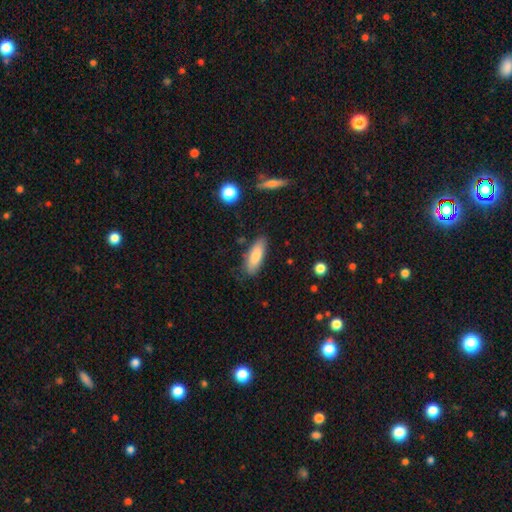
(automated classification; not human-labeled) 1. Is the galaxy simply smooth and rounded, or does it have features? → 82% smooth, 12% featured or disk, 6% star or artifact.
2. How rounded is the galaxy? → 62% in between, 36% cigar-shaped, 2% round.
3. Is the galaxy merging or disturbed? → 82% none, 13% minor disturbance, 3% major disturbance, 2% merger.